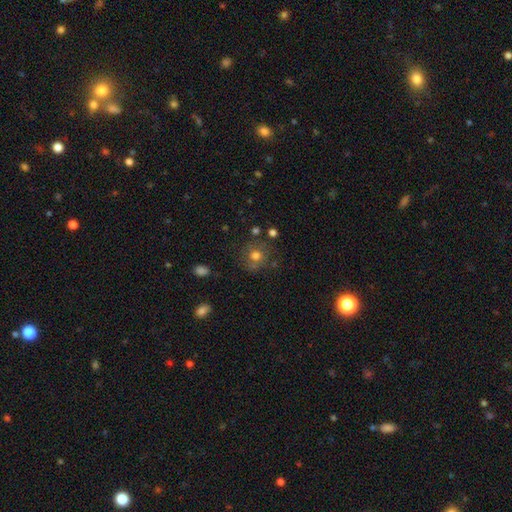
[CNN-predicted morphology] smooth 71%, featured or disk 16%, star or artifact 13%. Down the decision tree: how rounded — round (86%); merging — none (73%).